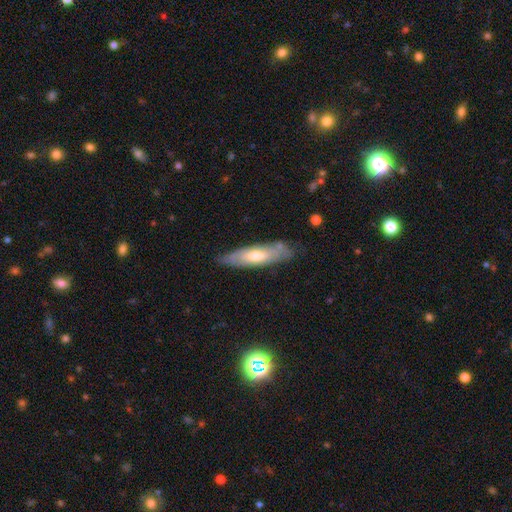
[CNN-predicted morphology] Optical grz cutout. It shows a smooth galaxy with no disk features (49%). Merging: none (77%).